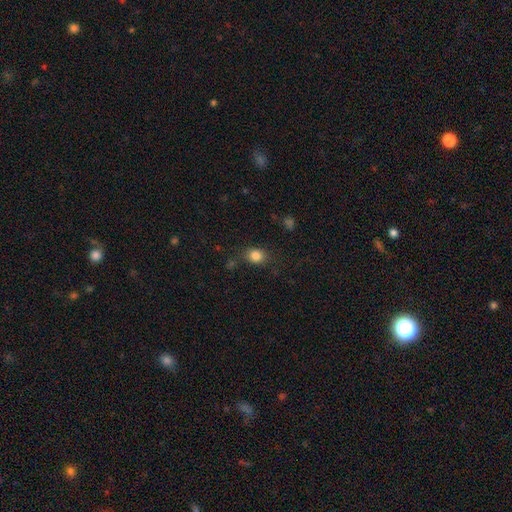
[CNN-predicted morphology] A smooth galaxy with no disk features (83%) that is round (61%).

Vote fractions:
- Smooth or featured? smooth: 83% / star or artifact: 11% / featured or disk: 6%
- How rounded? round: 61% / in between: 38% / cigar-shaped: 1%
- Merging? none: 75% / minor disturbance: 16% / major disturbance: 5% / merger: 3%